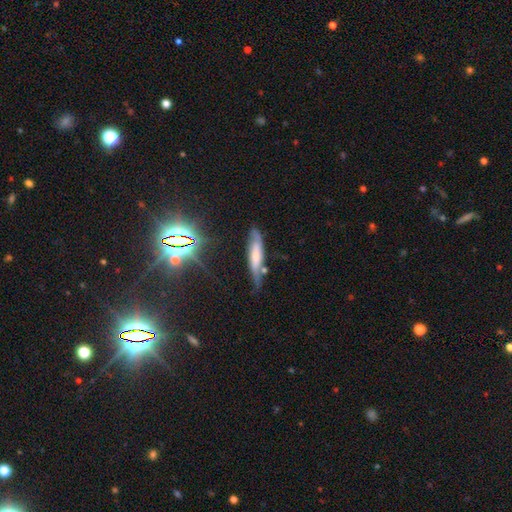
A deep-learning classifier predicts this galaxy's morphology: Smooth or featured: featured or disk — 43% (smooth — 40%)
Merging: none — 56% (minor disturbance — 29%)